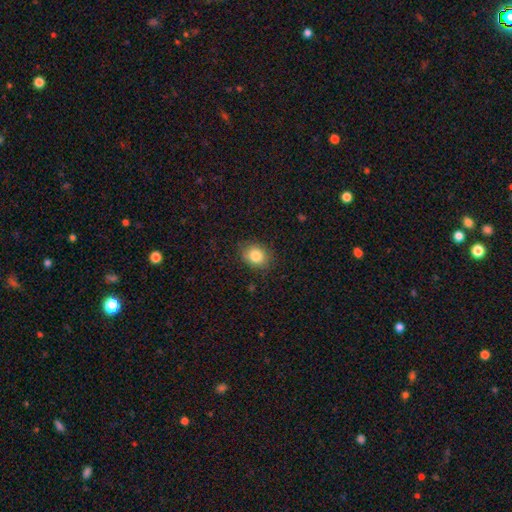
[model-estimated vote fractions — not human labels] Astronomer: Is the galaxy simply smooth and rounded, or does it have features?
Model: smooth — 83%.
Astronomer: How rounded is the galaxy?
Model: round — 51% (runner-up: in between, 48%).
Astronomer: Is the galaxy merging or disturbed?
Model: none — 84%.